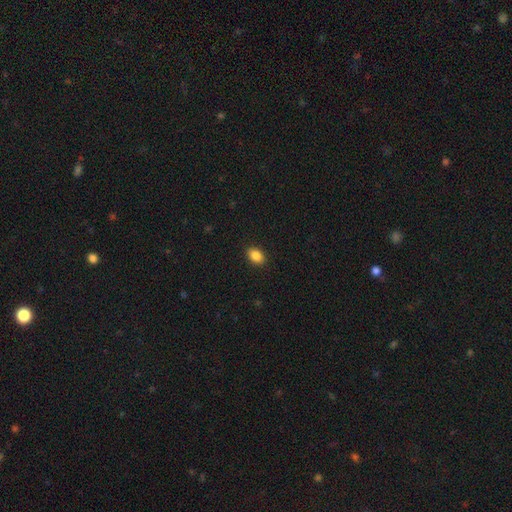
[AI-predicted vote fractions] Smooth or featured? smooth (87%)
How rounded? in between (84%)
Merging? none (90%)